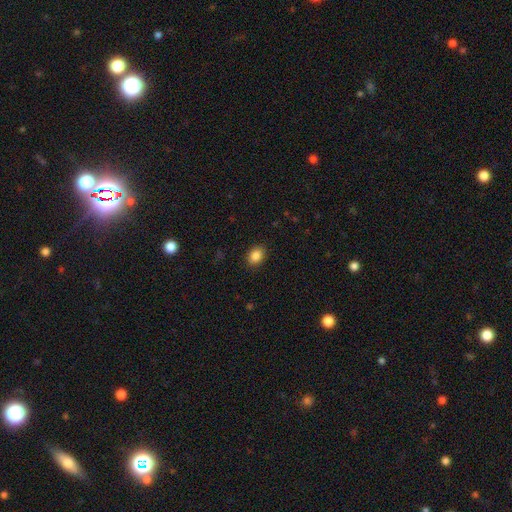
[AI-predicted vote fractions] smooth-or-featured: smooth: 87% | star or artifact: 9% | featured or disk: 4%
  how-rounded: in between: 67% | round: 32% | cigar-shaped: 1%
  merging: none: 90% | minor disturbance: 7% | major disturbance: 2% | merger: 1%